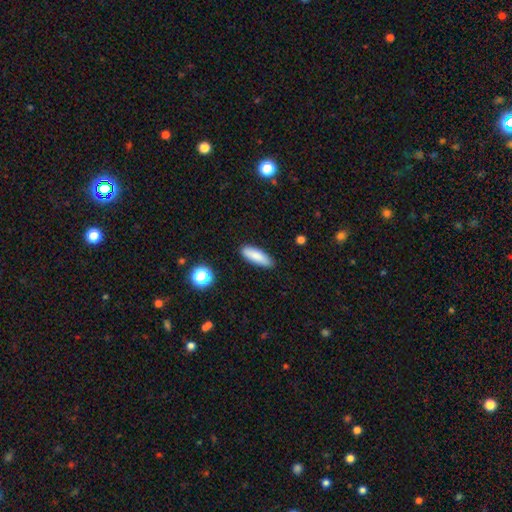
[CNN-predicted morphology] type=smooth (85%); roundness=in between (53%); merging=none (87%).